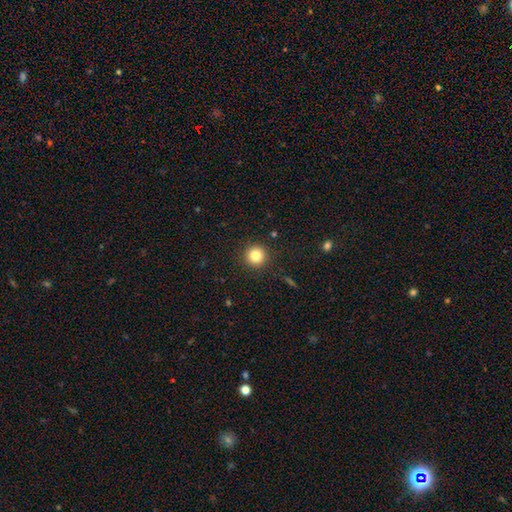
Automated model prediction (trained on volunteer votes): smooth_or_featured: smooth (p=0.83) [alt: star or artifact p=0.11]
how_rounded: round (p=0.95) [alt: in between p=0.04]
merging: none (p=0.92) [alt: minor disturbance p=0.05]